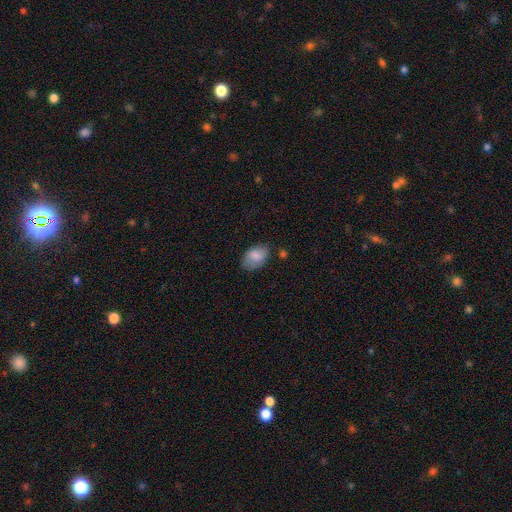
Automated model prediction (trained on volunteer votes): A smooth galaxy with no disk features (80%) that is in between round and cigar-shaped (90%). Merging: none (70%).